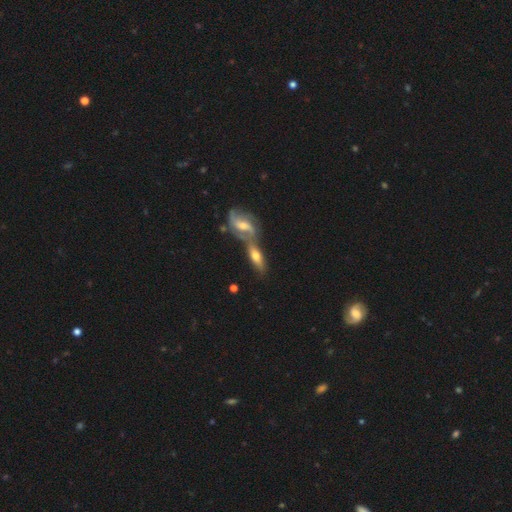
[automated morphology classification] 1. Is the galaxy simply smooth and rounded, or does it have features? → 54% featured or disk, 39% smooth, 6% star or artifact.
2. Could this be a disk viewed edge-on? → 64% no, 36% yes.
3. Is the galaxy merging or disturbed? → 51% merger, 35% none, 10% minor disturbance, 4% major disturbance.